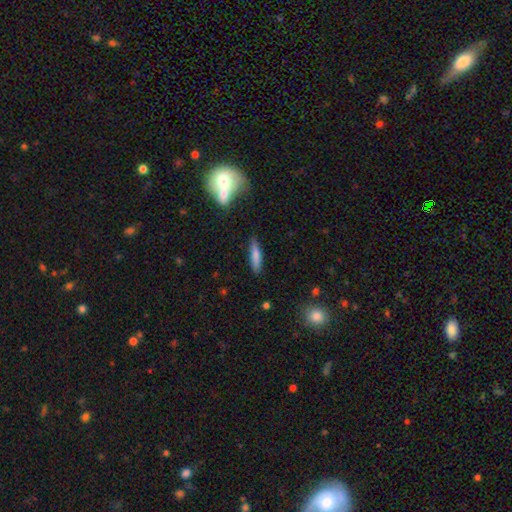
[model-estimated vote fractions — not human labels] smooth-or-featured: smooth: 76% | featured or disk: 17% | star or artifact: 7%
  how-rounded: cigar-shaped: 81% | in between: 18% | round: 2%
  merging: none: 81% | minor disturbance: 13% | merger: 3% | major disturbance: 3%